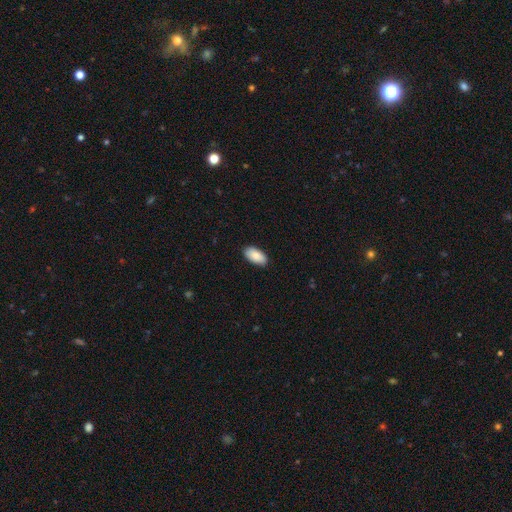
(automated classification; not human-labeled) Smooth or featured: smooth — 86% (featured or disk — 7%)
How rounded: in between — 95% (cigar-shaped — 3%)
Merging: none — 87% (minor disturbance — 10%)